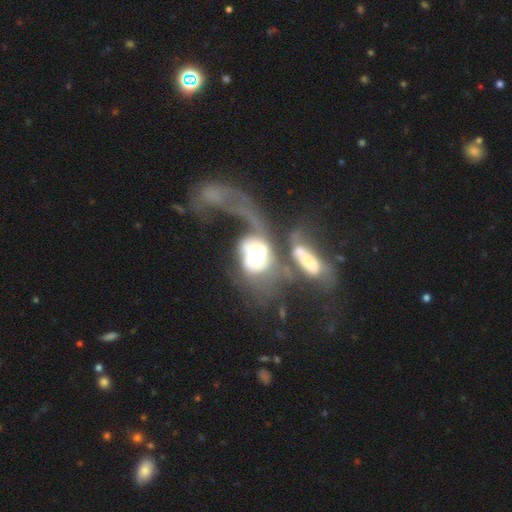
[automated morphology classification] smooth_or_featured: featured or disk (p=0.59) [alt: smooth p=0.31]
disk_edge_on: no (p=0.93) [alt: yes p=0.07]
bar: no (p=0.65) [alt: weak p=0.21]
has_spiral_arms: no (p=0.51) [alt: yes p=0.49]
bulge_size: large (p=0.40) [alt: moderate p=0.35]
merging: merger (p=0.52) [alt: major disturbance p=0.34]